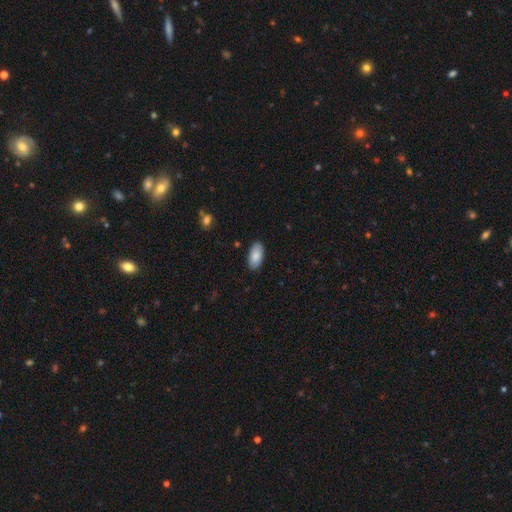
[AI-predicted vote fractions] Overall: smooth (87%). How rounded: in between (94%). Merging: none (88%).